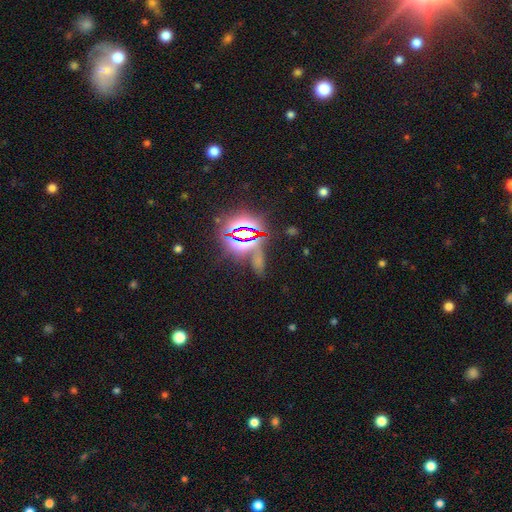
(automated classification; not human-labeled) Smooth or featured: star or artifact — 78% (smooth — 13%)